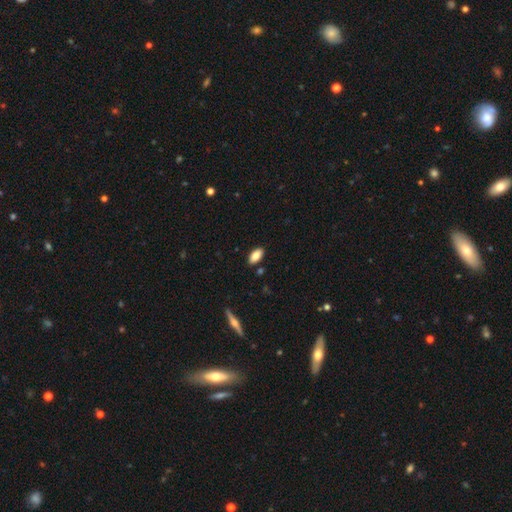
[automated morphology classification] Q: Smooth or featured?
A: smooth (86%); runner-up: featured or disk (7%)
Q: How rounded?
A: in between (91%); runner-up: cigar-shaped (7%)
Q: Merging?
A: none (87%); runner-up: minor disturbance (9%)